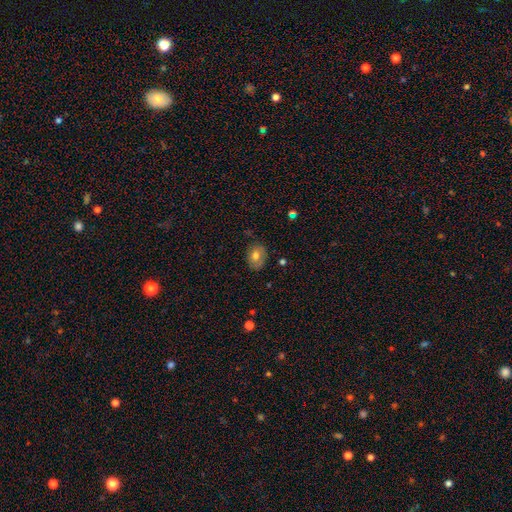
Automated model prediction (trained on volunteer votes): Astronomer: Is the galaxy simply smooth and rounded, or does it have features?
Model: smooth — 70%.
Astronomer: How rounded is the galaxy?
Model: in between — 60% (runner-up: round, 39%).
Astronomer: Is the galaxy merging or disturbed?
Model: none — 78%.